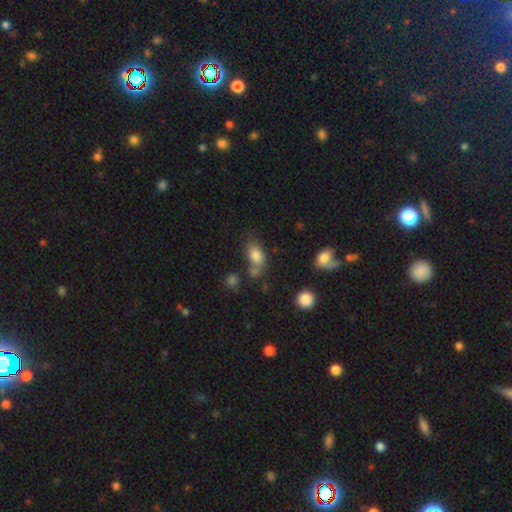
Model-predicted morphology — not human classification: Smooth or featured: smooth — 81% (star or artifact — 10%)
How rounded: in between — 84% (round — 12%)
Merging: none — 53% (merger — 21%)